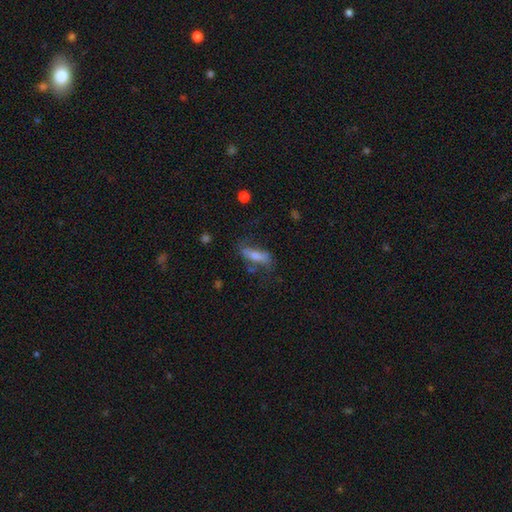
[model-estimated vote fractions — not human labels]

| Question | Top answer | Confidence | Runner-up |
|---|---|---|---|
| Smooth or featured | smooth | 60% | featured or disk (31%) |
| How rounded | in between | 53% | cigar-shaped (44%) |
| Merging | none | 52% | minor disturbance (25%) |